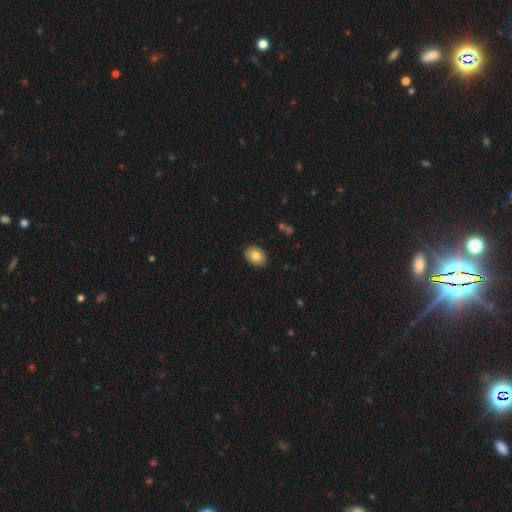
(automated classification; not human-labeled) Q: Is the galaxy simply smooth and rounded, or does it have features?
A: smooth — 79%.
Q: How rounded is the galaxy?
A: in between — 67%.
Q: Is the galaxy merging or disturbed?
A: none — 89%.